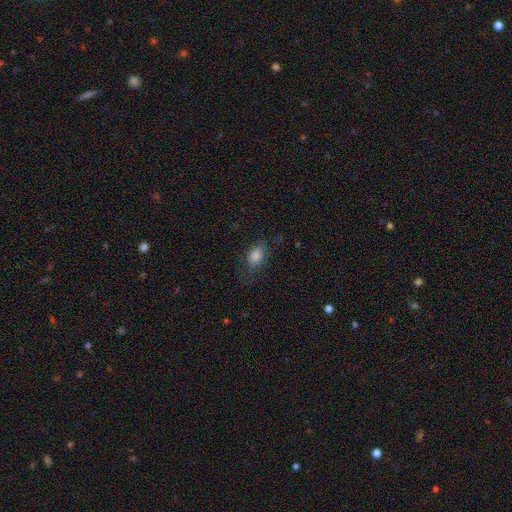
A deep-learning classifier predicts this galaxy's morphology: Smooth or featured? Predicted: smooth (p=0.80). How rounded? Predicted: in between (p=0.85). Merging? Predicted: none (p=0.72).